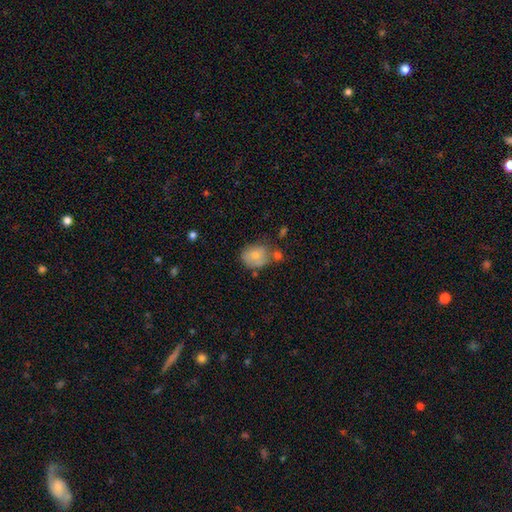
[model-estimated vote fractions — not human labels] A smooth galaxy with no disk features (72%) that is round (55%).

Vote fractions:
- Smooth or featured? smooth: 72% / featured or disk: 20% / star or artifact: 8%
- How rounded? round: 55% / in between: 44% / cigar-shaped: 1%
- Merging? none: 48% / minor disturbance: 25% / merger: 19% / major disturbance: 8%